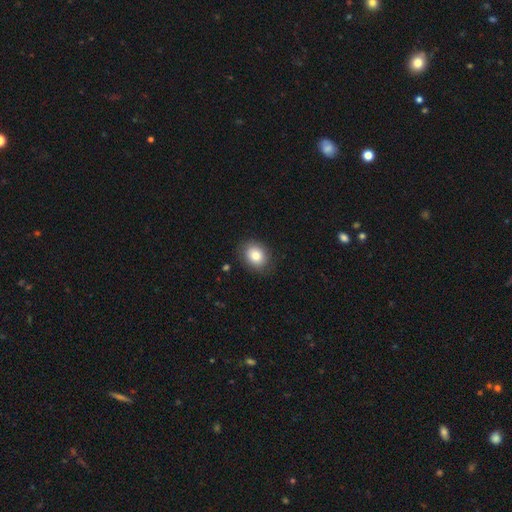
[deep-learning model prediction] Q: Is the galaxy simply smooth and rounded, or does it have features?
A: smooth — 82%.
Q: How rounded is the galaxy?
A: in between — 52%.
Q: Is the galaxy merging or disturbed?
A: none — 85%.